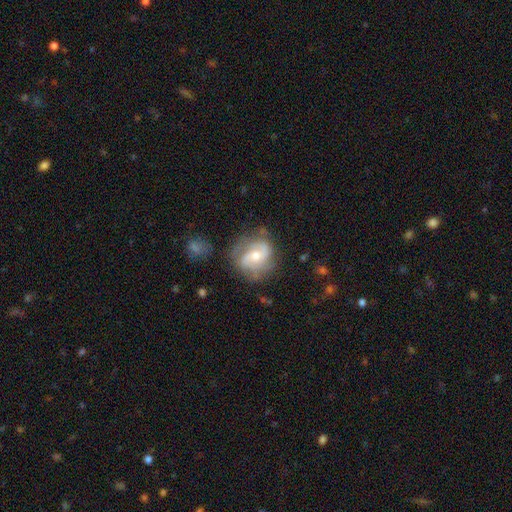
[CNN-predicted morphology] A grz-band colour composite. It shows a featured or disk galaxy (71%) with no bar (51%), 2 (67%) medium (45%) spiral arms (88%) and a moderate central bulge (59%). Merging: none (66%).